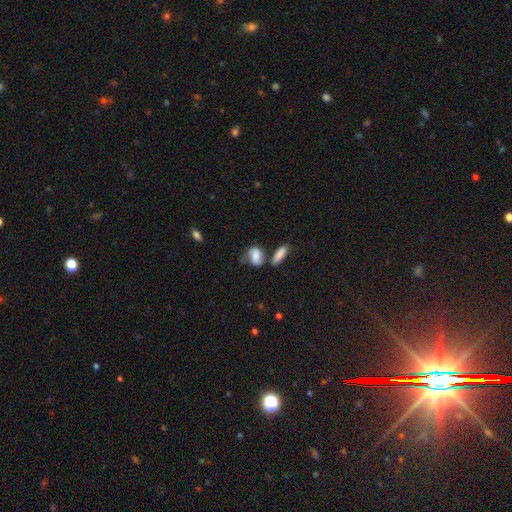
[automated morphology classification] smooth 69%, featured or disk 22%, star or artifact 9%. Down the decision tree: how rounded — in between (80%); merging — none (42%).